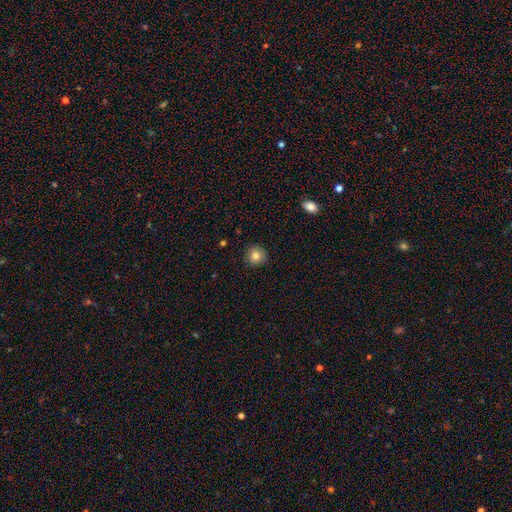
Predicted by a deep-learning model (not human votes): Q: Smooth or featured?
A: smooth (83%); runner-up: star or artifact (10%)
Q: How rounded?
A: round (93%); runner-up: in between (7%)
Q: Merging?
A: none (90%); runner-up: minor disturbance (7%)